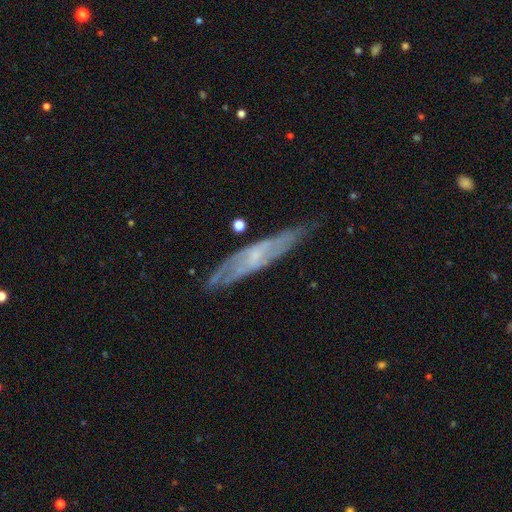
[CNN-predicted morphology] featured or disk 70%, smooth 23%, star or artifact 7%. Down the decision tree: edge-on disk — yes (54%); merging — none (74%).